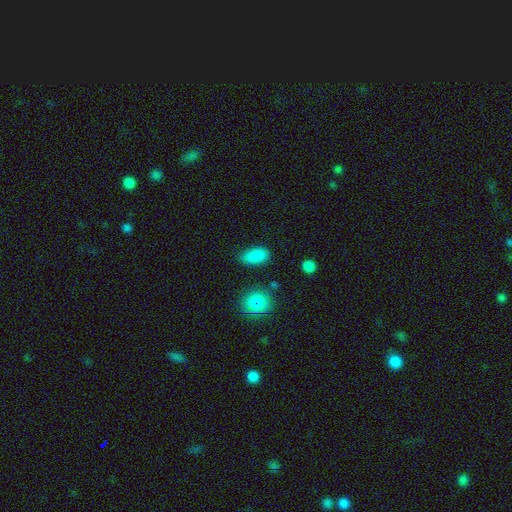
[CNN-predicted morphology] Smooth or featured: smooth — 86% (star or artifact — 10%)
How rounded: in between — 91% (round — 6%)
Merging: none — 80% (minor disturbance — 14%)